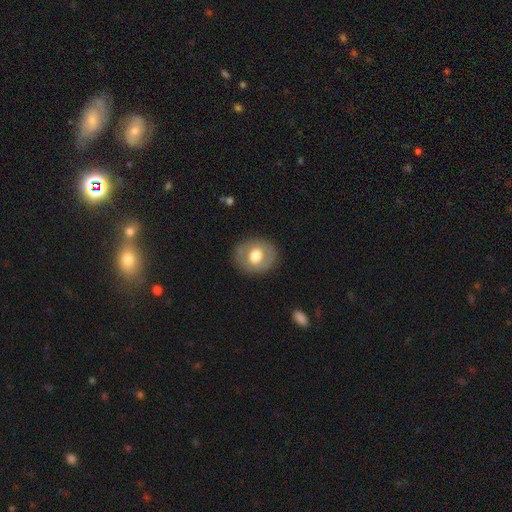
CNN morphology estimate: Smooth or featured?
  - smooth: 56% *
  - featured or disk: 38%
  - star or artifact: 7%
How rounded?
  - round: 67% *
  - in between: 32%
  - cigar-shaped: 1%
Merging?
  - none: 84% *
  - minor disturbance: 11%
  - major disturbance: 4%
  - merger: 1%